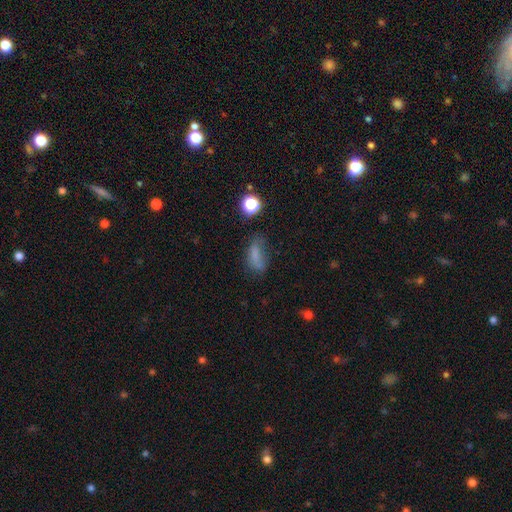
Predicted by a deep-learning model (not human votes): This is likely a smooth galaxy (67%). How rounded: likely in between (74%). Merging: possibly none (45%).